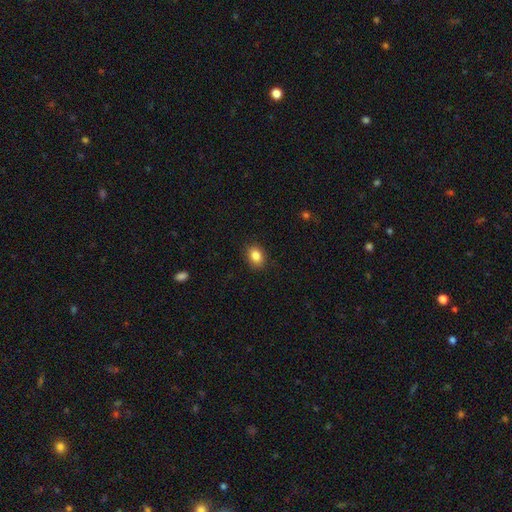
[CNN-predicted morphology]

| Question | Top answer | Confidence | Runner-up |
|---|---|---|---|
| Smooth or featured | smooth | 86% | star or artifact (9%) |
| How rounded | in between | 65% | round (34%) |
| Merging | none | 87% | minor disturbance (10%) |